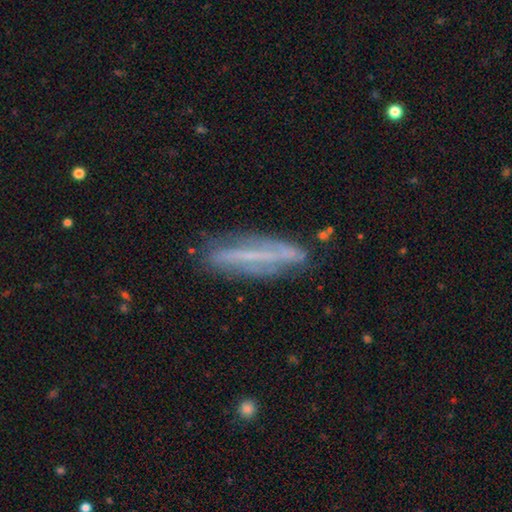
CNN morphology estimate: The model was most divided on "edge-on disk": yes: 59%, no: 41%. More confident: merging — none (73%); smooth or featured — featured or disk (62%).